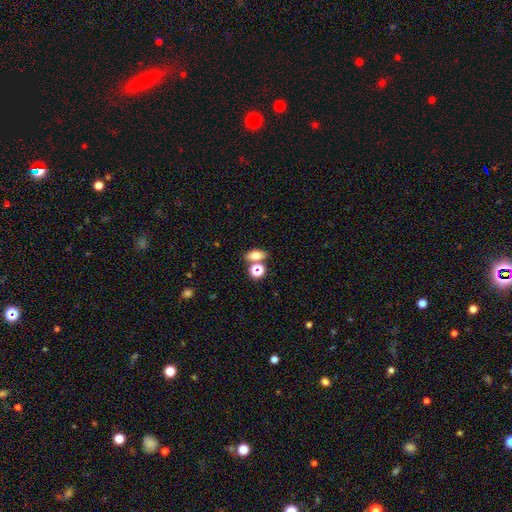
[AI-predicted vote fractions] Smooth or featured: smooth — 72% (star or artifact — 16%)
How rounded: in between — 77% (round — 18%)
Merging: none — 65% (merger — 22%)